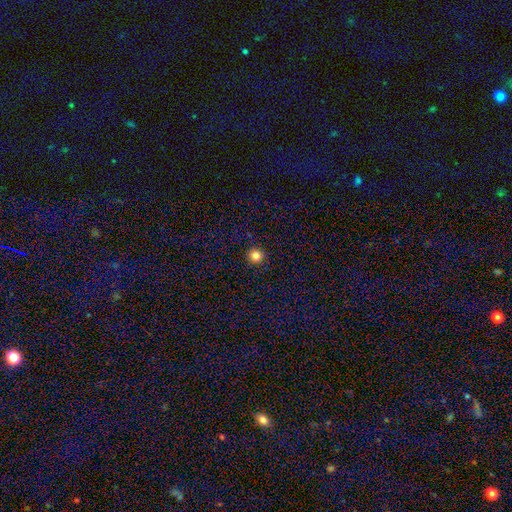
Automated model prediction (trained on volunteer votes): Morphology: type=smooth (84%); roundness=round (95%); merging=none (92%).